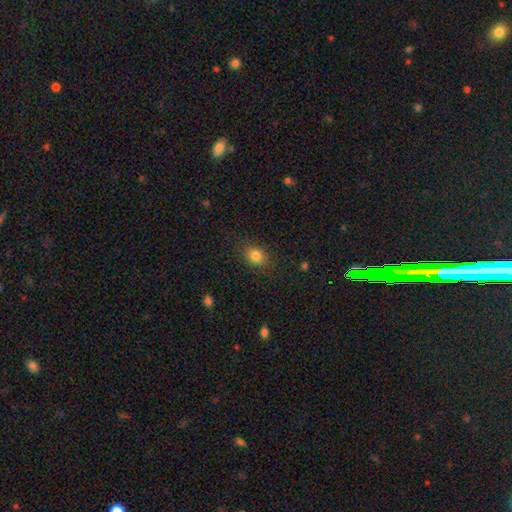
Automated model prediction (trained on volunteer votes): Smooth or featured?
  - smooth: 82% *
  - star or artifact: 11%
  - featured or disk: 7%
How rounded?
  - round: 50% *
  - in between: 49%
  - cigar-shaped: 1%
Merging?
  - none: 84% *
  - minor disturbance: 11%
  - major disturbance: 3%
  - merger: 1%